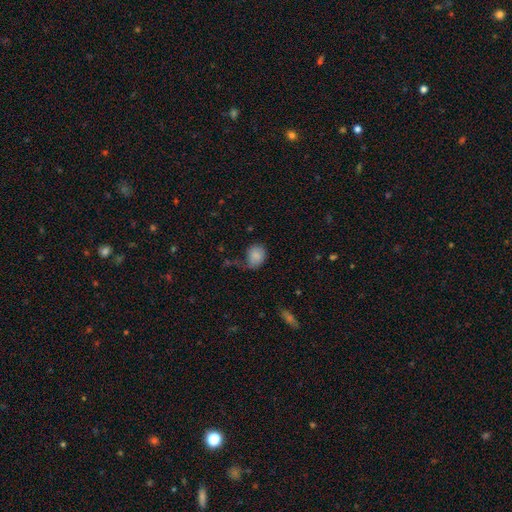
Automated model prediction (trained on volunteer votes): Morphology: type=smooth (85%); roundness=in between (54%); merging=none (55%).